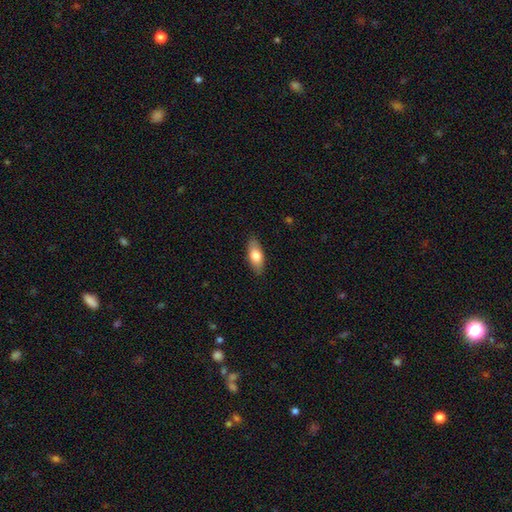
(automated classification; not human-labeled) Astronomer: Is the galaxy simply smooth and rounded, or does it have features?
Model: smooth — 75%.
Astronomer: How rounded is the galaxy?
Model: in between — 82%.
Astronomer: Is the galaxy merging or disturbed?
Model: none — 87%.